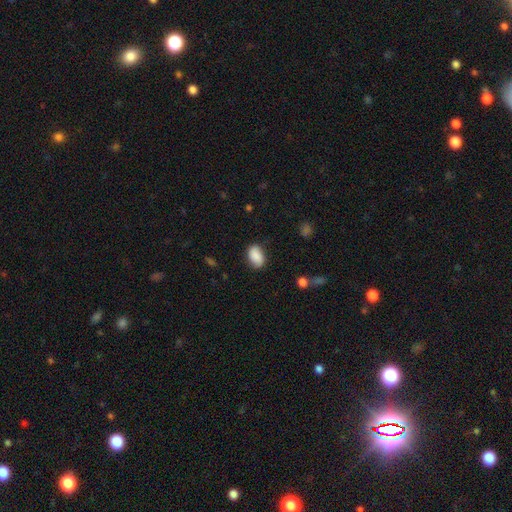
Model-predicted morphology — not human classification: Overall: smooth (83%). How rounded: in between (89%). Merging: none (78%).